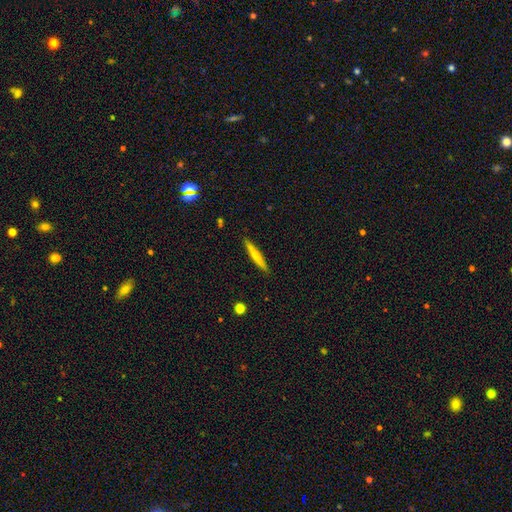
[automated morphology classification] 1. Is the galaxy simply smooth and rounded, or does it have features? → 66% smooth, 28% featured or disk, 6% star or artifact.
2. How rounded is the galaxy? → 95% cigar-shaped, 4% in between, 1% round.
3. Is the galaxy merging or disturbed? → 91% none, 7% minor disturbance, 1% major disturbance, 1% merger.